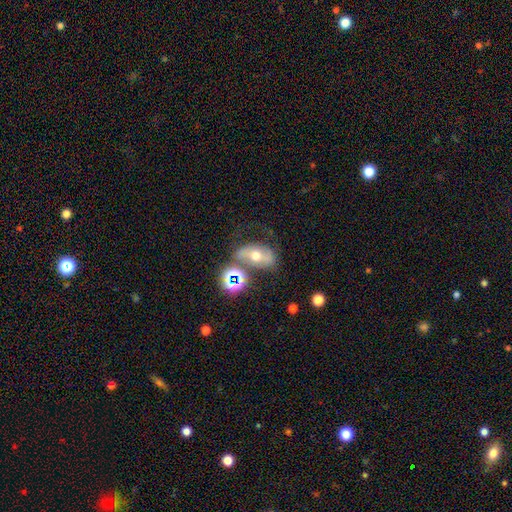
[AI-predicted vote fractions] Smooth or featured?
  - smooth: 43% *
  - featured or disk: 39%
  - star or artifact: 18%
Merging?
  - none: 52% *
  - minor disturbance: 20%
  - merger: 15%
  - major disturbance: 12%